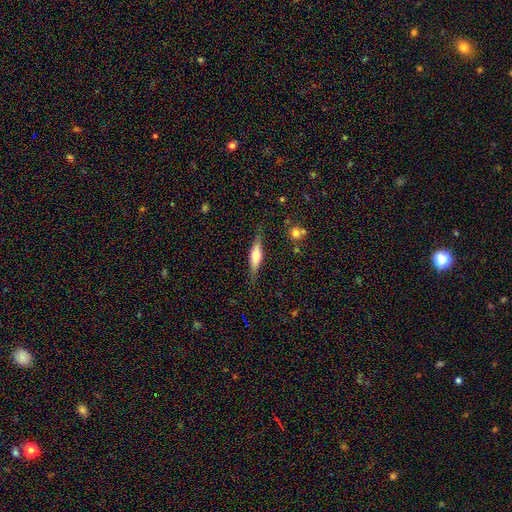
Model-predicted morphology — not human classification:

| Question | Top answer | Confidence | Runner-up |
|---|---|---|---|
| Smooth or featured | smooth | 49% | featured or disk (44%) |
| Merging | none | 83% | minor disturbance (12%) |